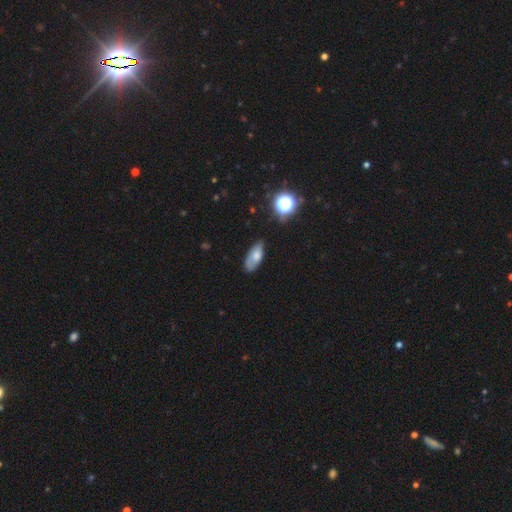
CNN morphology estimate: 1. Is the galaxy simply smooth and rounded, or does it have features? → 66% smooth, 24% featured or disk, 10% star or artifact.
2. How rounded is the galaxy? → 85% in between, 11% cigar-shaped, 4% round.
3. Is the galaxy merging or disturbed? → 61% none, 29% minor disturbance, 8% major disturbance, 2% merger.